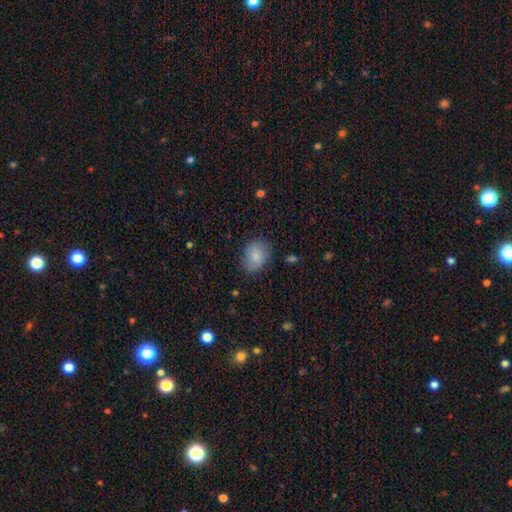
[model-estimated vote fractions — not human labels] This is clearly a smooth galaxy (83%). How rounded: likely in between (64%). Merging: likely none (78%).